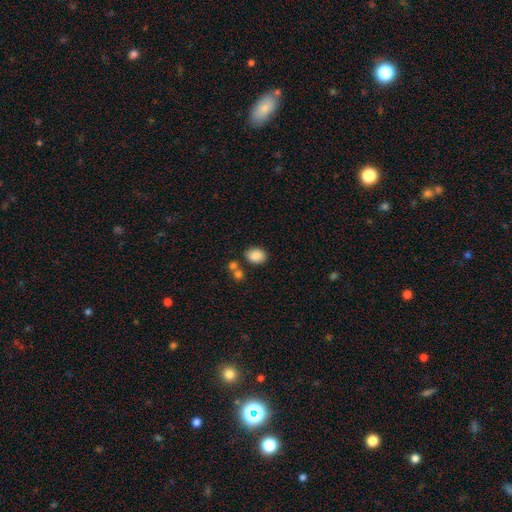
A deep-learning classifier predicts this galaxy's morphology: The model was most divided on "how rounded": in between: 72%, round: 27%, cigar-shaped: 1%. More confident: smooth or featured — smooth (87%); merging — none (74%).